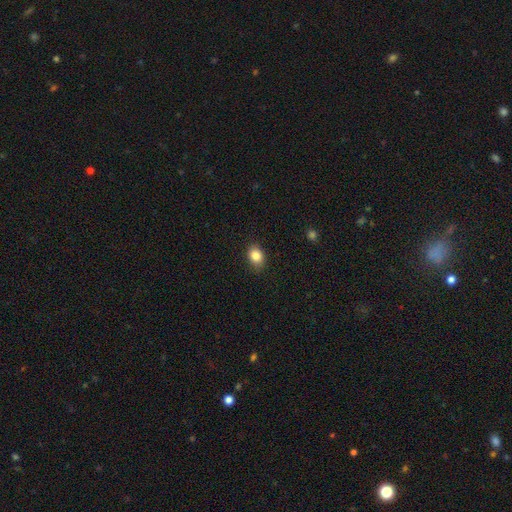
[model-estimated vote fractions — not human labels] This appears to be a smooth galaxy with no disk features (85%) that is in between round and cigar-shaped (67%). Merging: none (86%).